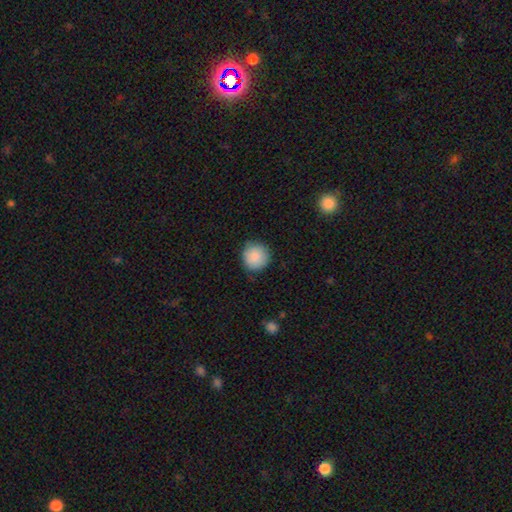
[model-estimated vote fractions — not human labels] This is clearly a smooth galaxy (88%). How rounded: clearly round (93%). Merging: clearly none (85%).